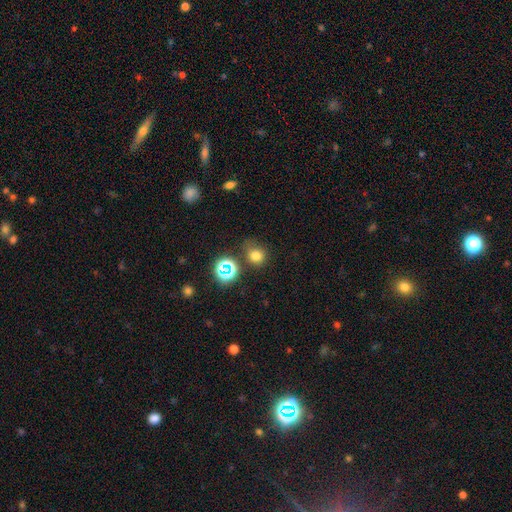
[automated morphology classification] Smooth or featured: smooth — 72% (star or artifact — 21%)
How rounded: round — 76% (in between — 23%)
Merging: none — 66% (minor disturbance — 20%)